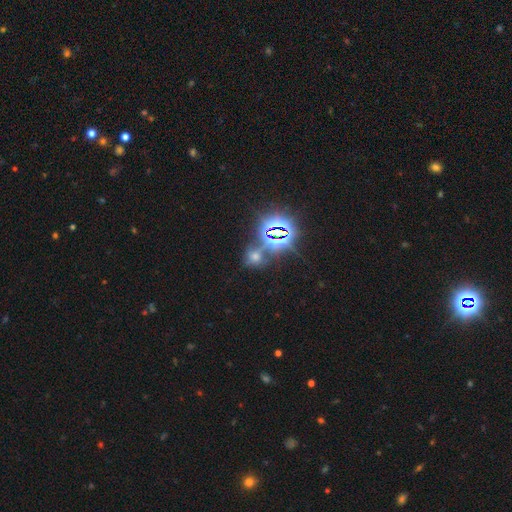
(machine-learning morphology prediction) Smooth or featured? Predicted: star or artifact (p=0.68).